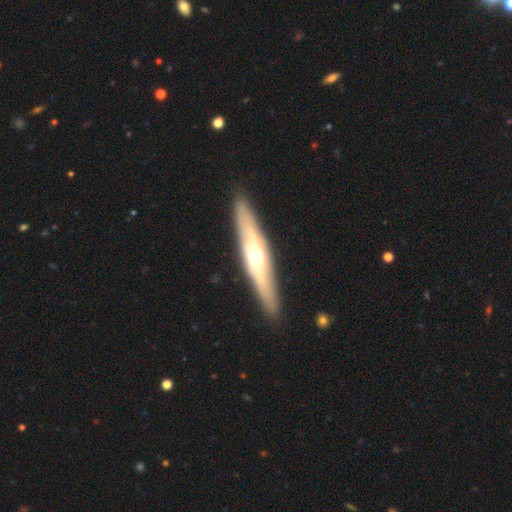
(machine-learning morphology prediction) type=featured or disk (68%); edge-on=yes (86%); edge-on bulge=rounded (85%); merging=none (90%).